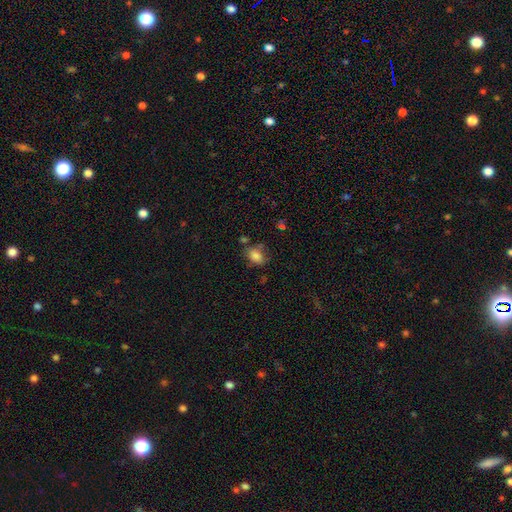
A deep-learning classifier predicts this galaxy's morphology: A smooth galaxy with no disk features (79%) that is in between round and cigar-shaped (70%). Merging: none (58%).